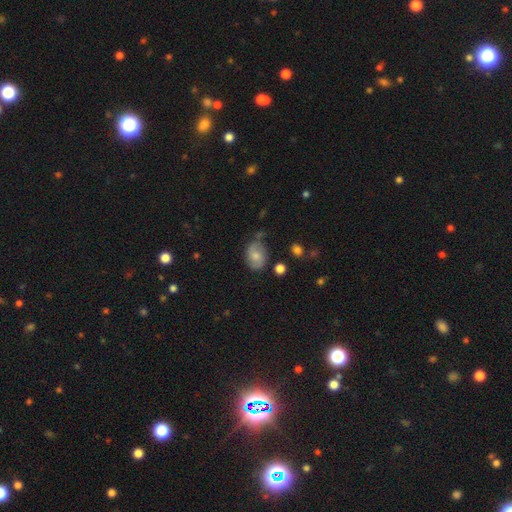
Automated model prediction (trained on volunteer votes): This appears to be a smooth galaxy with no disk features (54%) that is in between round and cigar-shaped (68%). Merging: none (57%).